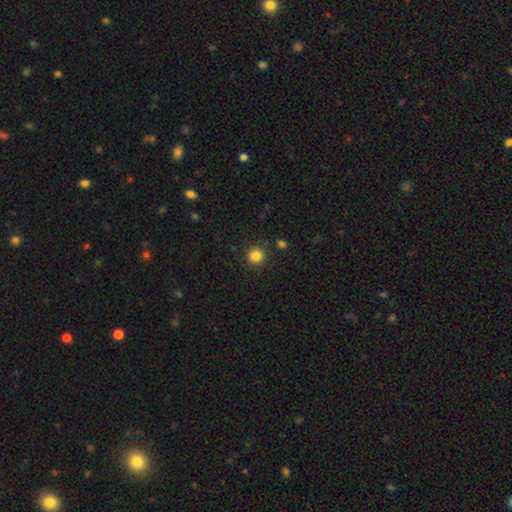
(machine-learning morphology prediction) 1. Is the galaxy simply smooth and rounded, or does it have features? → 84% smooth, 12% star or artifact, 5% featured or disk.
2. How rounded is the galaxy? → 94% round, 5% in between, 1% cigar-shaped.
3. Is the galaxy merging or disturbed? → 89% none, 6% minor disturbance, 3% merger, 2% major disturbance.